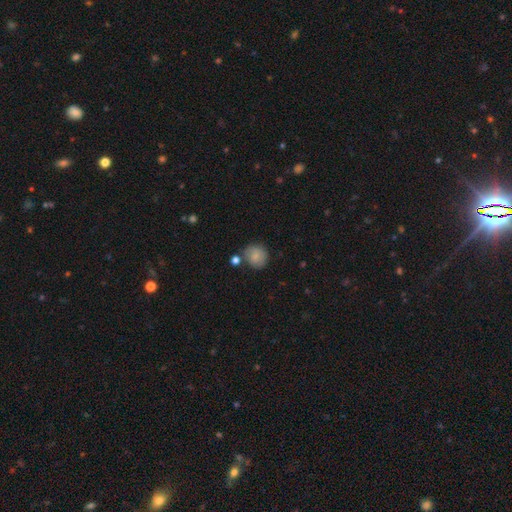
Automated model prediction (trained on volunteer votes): smooth-or-featured: smooth: 83% | featured or disk: 9% | star or artifact: 8%
  how-rounded: round: 84% | in between: 15% | cigar-shaped: 1%
  merging: none: 72% | minor disturbance: 15% | merger: 9% | major disturbance: 4%